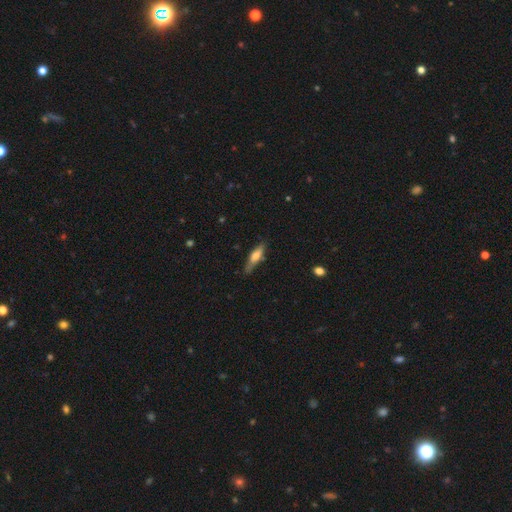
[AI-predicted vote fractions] This is possibly a smooth galaxy (55%). How rounded: likely cigar-shaped (69%). Merging: likely none (73%).